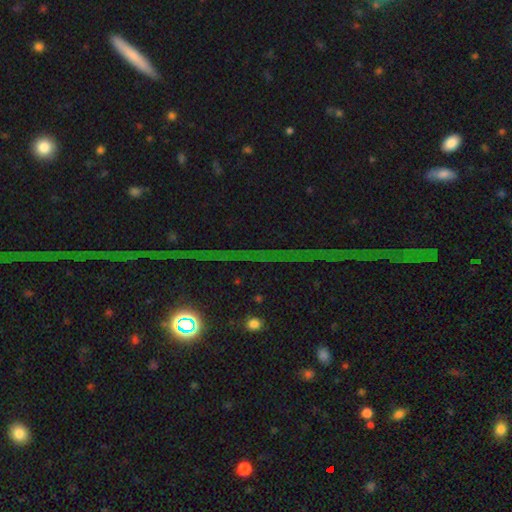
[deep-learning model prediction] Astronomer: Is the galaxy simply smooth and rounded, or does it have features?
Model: star or artifact — 76%.